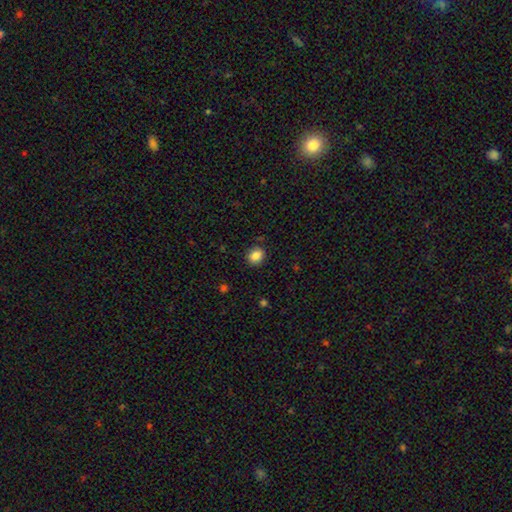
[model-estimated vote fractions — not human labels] Smooth or featured?
  - smooth: 86% *
  - star or artifact: 10%
  - featured or disk: 4%
How rounded?
  - round: 65% *
  - in between: 35%
  - cigar-shaped: 1%
Merging?
  - none: 87% *
  - minor disturbance: 9%
  - major disturbance: 3%
  - merger: 1%